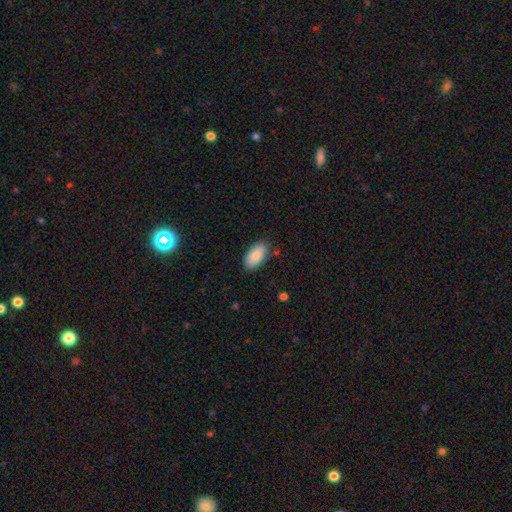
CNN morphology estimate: Overall: smooth (86%). How rounded: in between (94%). Merging: none (84%).